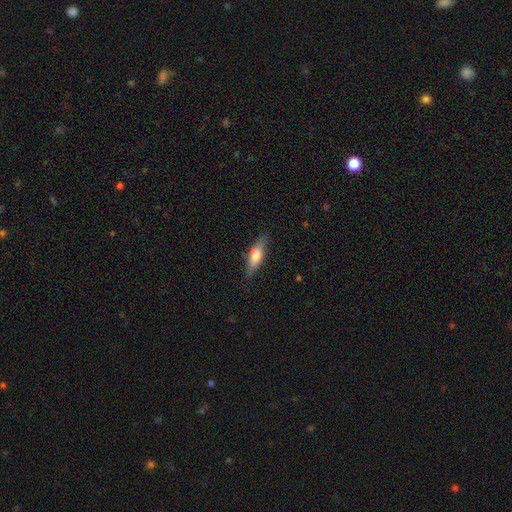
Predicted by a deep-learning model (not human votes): smooth-or-featured: smooth: 63% | featured or disk: 31% | star or artifact: 6%
  how-rounded: in between: 51% | cigar-shaped: 47% | round: 2%
  merging: none: 80% | minor disturbance: 16% | major disturbance: 3% | merger: 1%